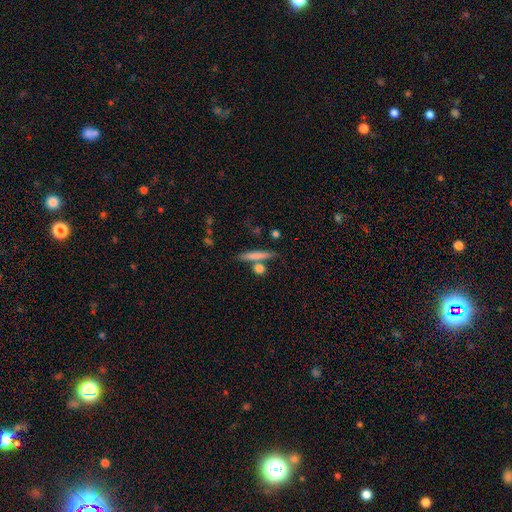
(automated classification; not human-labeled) A smooth galaxy with no disk features (63%) that is cigar-shaped (88%).

Vote fractions:
- Smooth or featured? smooth: 63% / featured or disk: 29% / star or artifact: 8%
- How rounded? cigar-shaped: 88% / in between: 7% / round: 5%
- Merging? none: 77% / merger: 12% / minor disturbance: 9% / major disturbance: 3%